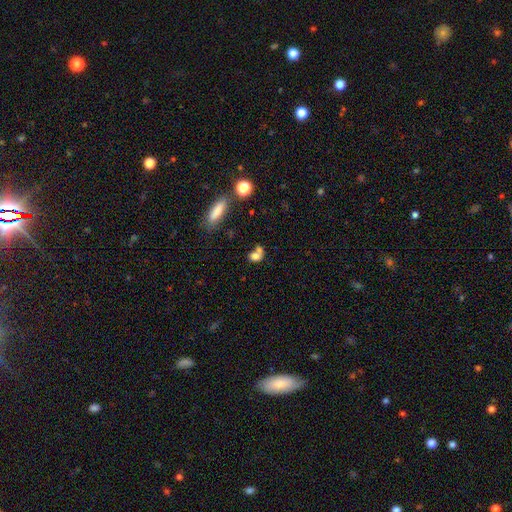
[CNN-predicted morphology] type=smooth (75%); roundness=in between (51%); merging=merger (49%).